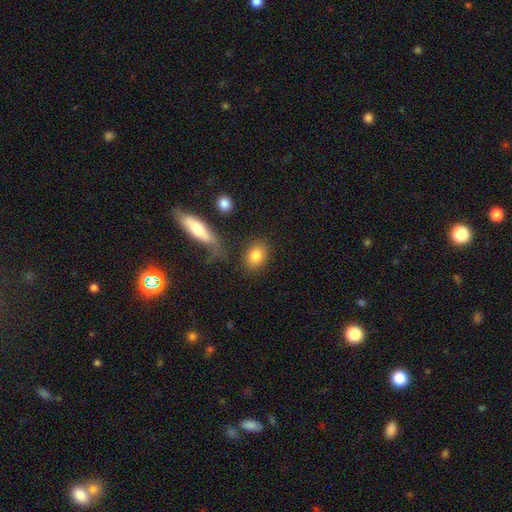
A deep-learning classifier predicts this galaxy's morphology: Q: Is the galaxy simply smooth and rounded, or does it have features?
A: smooth — 83%.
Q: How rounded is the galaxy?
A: in between — 65%.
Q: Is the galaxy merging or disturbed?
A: none — 76%.